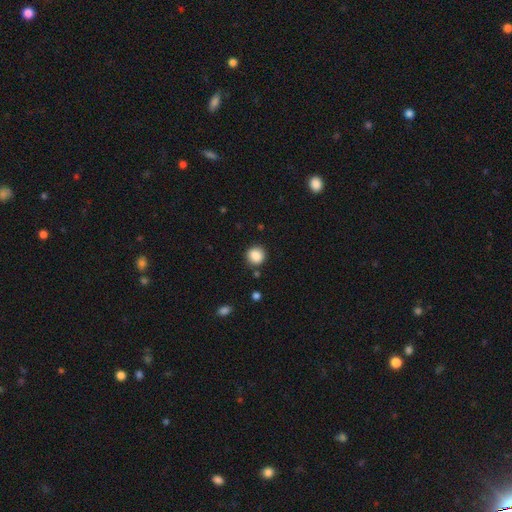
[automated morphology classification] Overall: smooth (87%). How rounded: round (87%). Merging: none (87%).